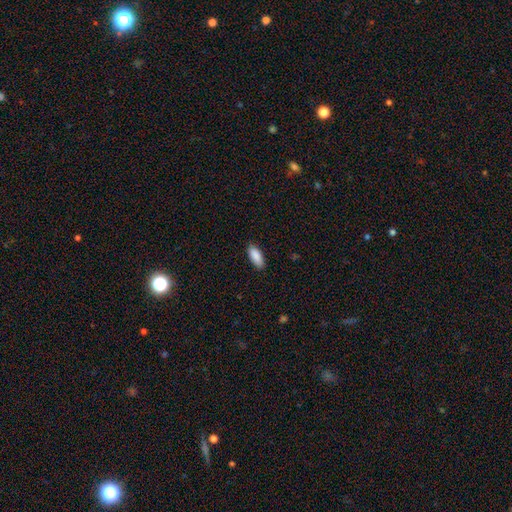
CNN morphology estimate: Smooth or featured? Predicted: smooth (p=0.90). How rounded? Predicted: in between (p=0.82). Merging? Predicted: none (p=0.87).